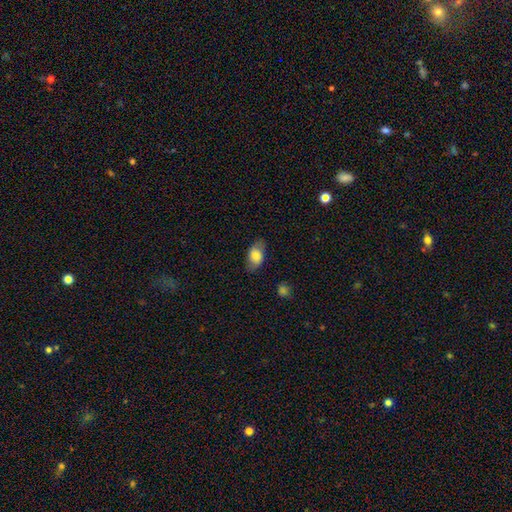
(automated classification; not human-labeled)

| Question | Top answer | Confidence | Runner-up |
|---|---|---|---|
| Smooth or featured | smooth | 76% | featured or disk (17%) |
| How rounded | in between | 91% | round (7%) |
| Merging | none | 78% | minor disturbance (17%) |